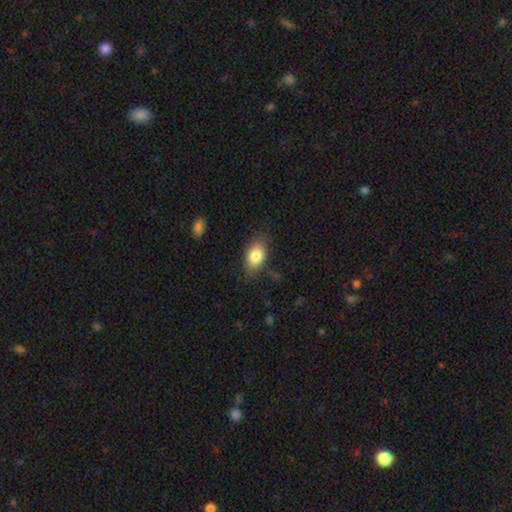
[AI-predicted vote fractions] Smooth or featured? smooth (83%)
How rounded? in between (89%)
Merging? none (80%)